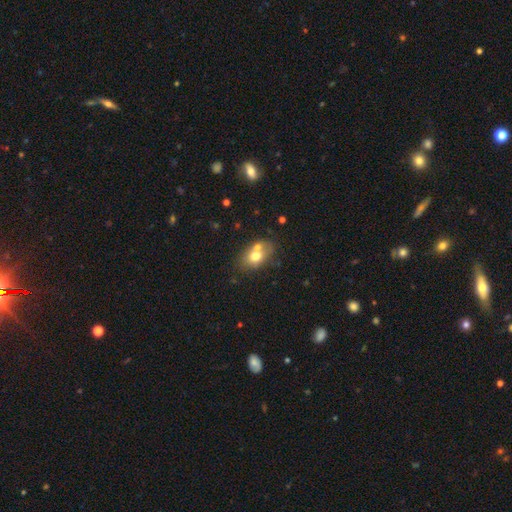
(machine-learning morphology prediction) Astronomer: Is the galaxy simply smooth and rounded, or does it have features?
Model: smooth — 67%.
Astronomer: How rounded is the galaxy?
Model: in between — 74%.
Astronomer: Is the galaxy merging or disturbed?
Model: none — 46% (runner-up: merger, 34%).